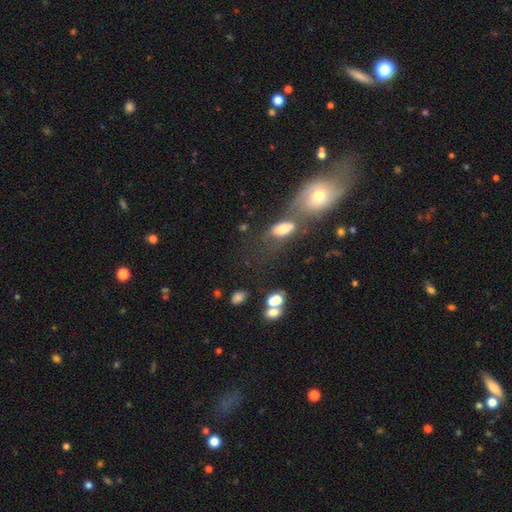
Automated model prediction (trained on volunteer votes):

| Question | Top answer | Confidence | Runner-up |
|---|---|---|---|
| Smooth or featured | smooth | 50% | featured or disk (26%) |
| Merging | merger | 50% | none (32%) |